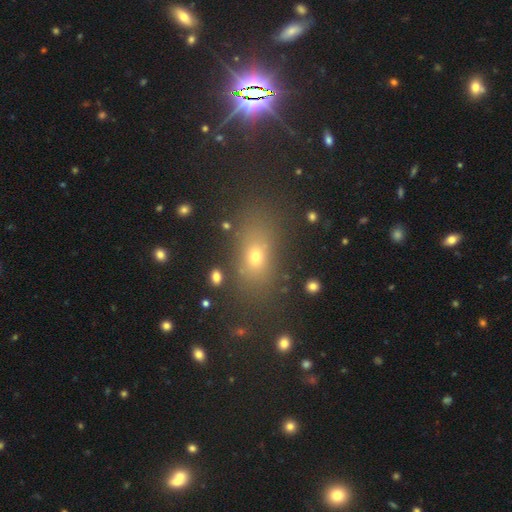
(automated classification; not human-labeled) A smooth galaxy with no disk features (56%) that is in between round and cigar-shaped (66%).

Vote fractions:
- Smooth or featured? smooth: 56% / star or artifact: 30% / featured or disk: 14%
- How rounded? in between: 66% / round: 25% / cigar-shaped: 8%
- Merging? none: 79% / minor disturbance: 11% / major disturbance: 6% / merger: 4%